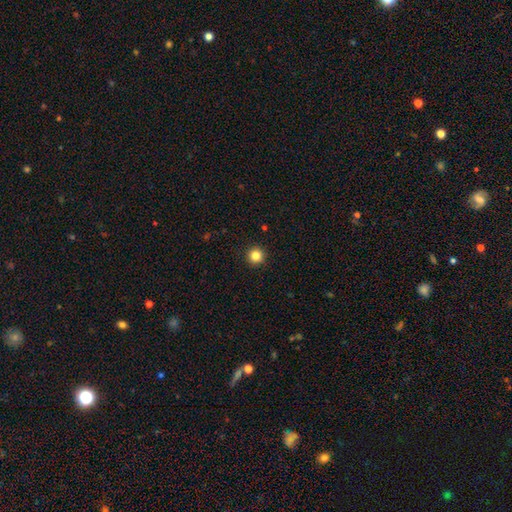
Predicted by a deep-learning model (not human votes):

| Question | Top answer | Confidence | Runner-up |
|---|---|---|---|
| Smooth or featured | smooth | 84% | star or artifact (12%) |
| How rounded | round | 96% | in between (3%) |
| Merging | none | 93% | minor disturbance (4%) |